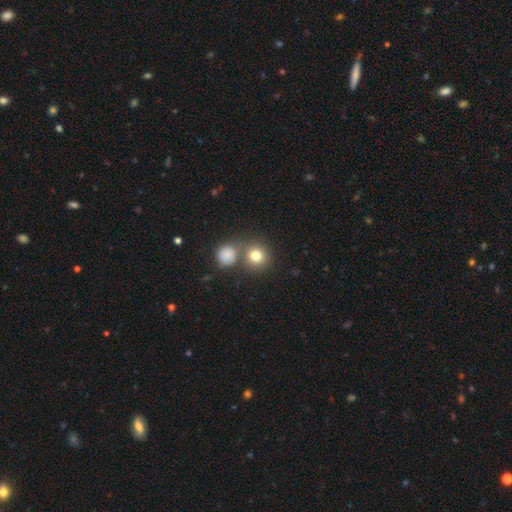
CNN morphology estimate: smooth 80%, star or artifact 12%, featured or disk 8%. Down the decision tree: how rounded — round (90%); merging — none (65%).